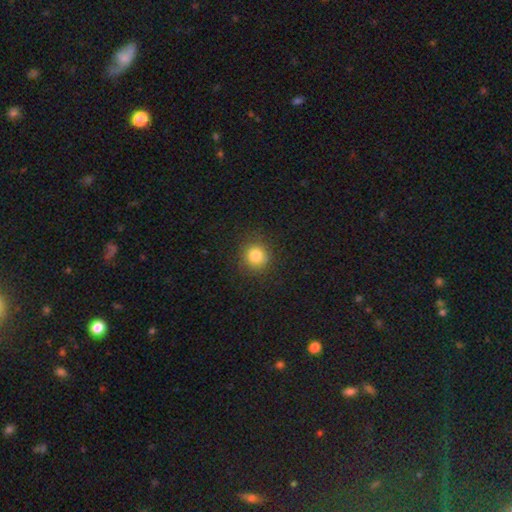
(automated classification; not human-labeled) A smooth galaxy with no disk features (82%) that is round (89%). Merging: none (87%).